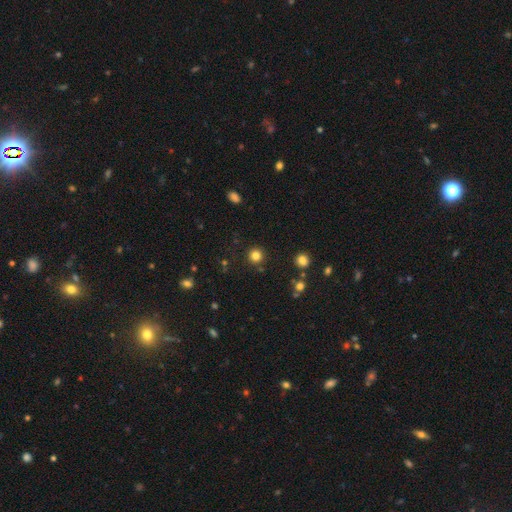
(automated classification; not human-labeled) smooth 81%, star or artifact 14%, featured or disk 5%. Down the decision tree: how rounded — round (95%); merging — none (90%).